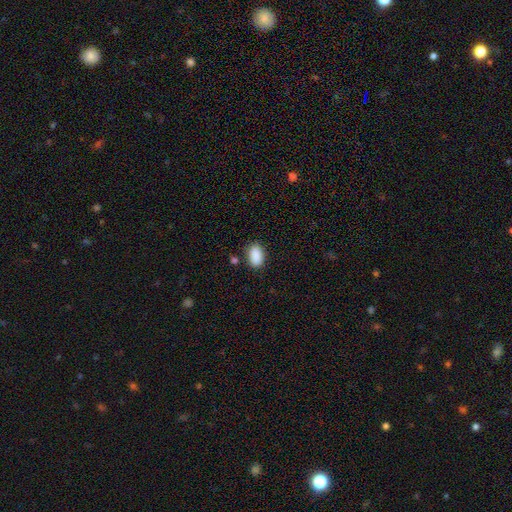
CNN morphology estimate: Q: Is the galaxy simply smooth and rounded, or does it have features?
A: smooth — 89%.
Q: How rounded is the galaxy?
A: in between — 91%.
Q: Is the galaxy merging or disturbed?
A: none — 82%.